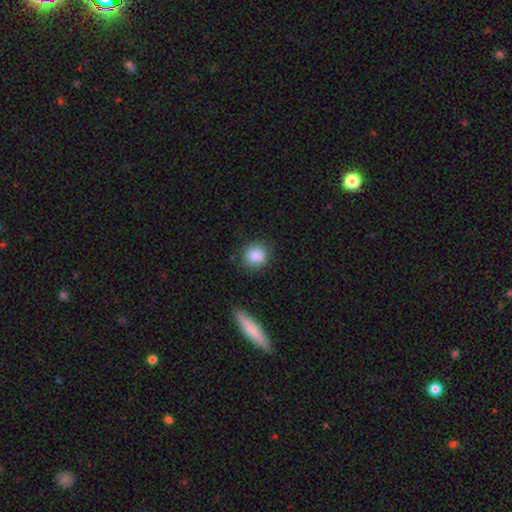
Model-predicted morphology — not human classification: smooth-or-featured: smooth: 87% | star or artifact: 8% | featured or disk: 4%
  how-rounded: round: 85% | in between: 14% | cigar-shaped: 1%
  merging: none: 85% | minor disturbance: 10% | major disturbance: 3% | merger: 2%